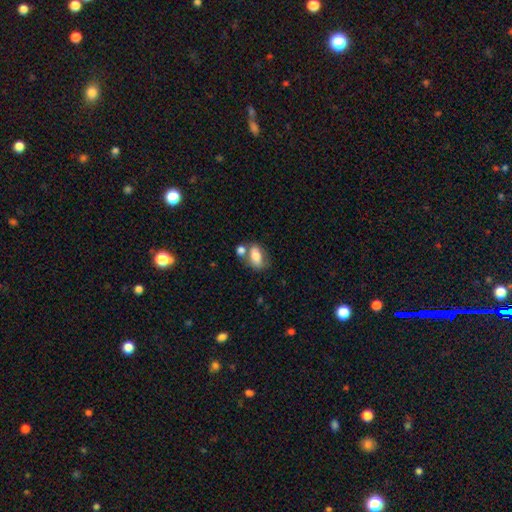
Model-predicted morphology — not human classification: smooth 78%, featured or disk 15%, star or artifact 8%. Down the decision tree: how rounded — in between (86%); merging — none (46%).